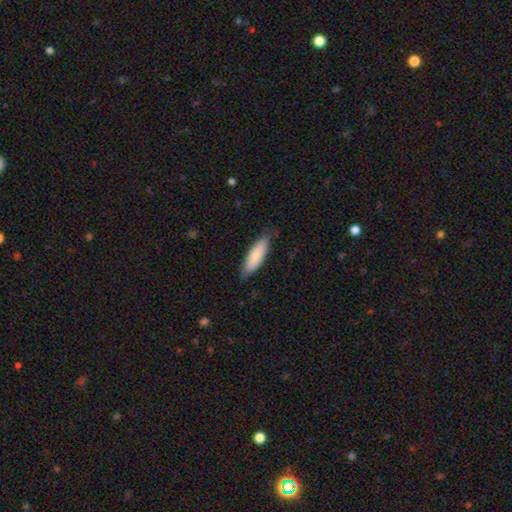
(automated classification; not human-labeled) A smooth galaxy with no disk features (80%) that is in between round and cigar-shaped (58%). Merging: none (78%).